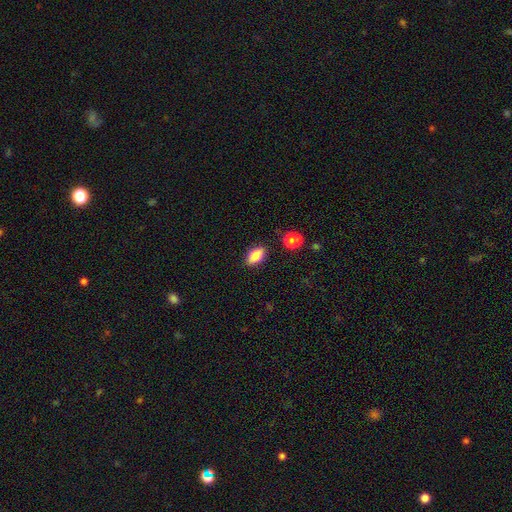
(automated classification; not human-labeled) smooth 82%, featured or disk 9%, star or artifact 8%. Down the decision tree: how rounded — in between (88%); merging — none (86%).